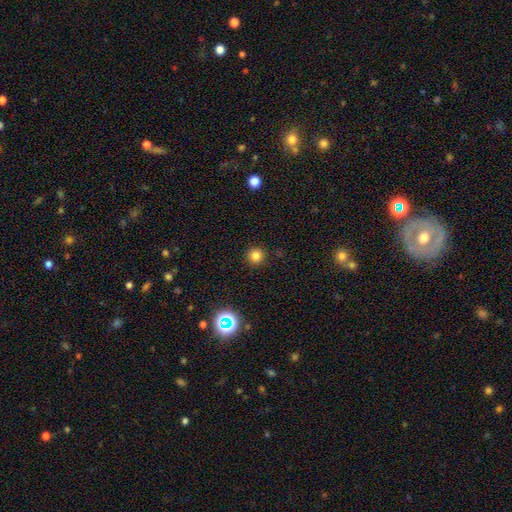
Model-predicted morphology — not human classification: Smooth or featured?
  - smooth: 80% *
  - star or artifact: 15%
  - featured or disk: 5%
How rounded?
  - round: 95% *
  - in between: 4%
  - cigar-shaped: 1%
Merging?
  - none: 92% *
  - minor disturbance: 5%
  - major disturbance: 2%
  - merger: 1%